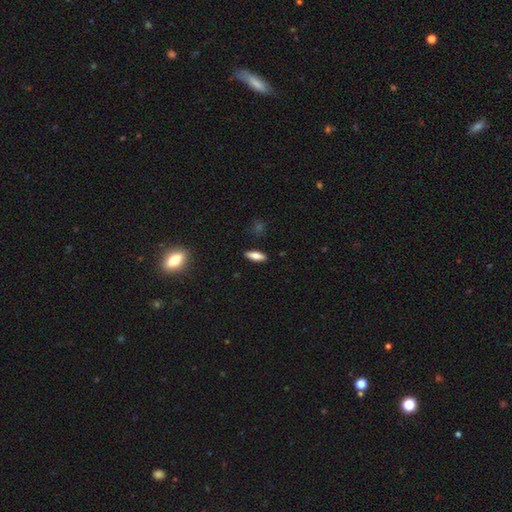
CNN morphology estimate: Smooth or featured? smooth (75%)
How rounded? in between (56%)
Merging? none (88%)